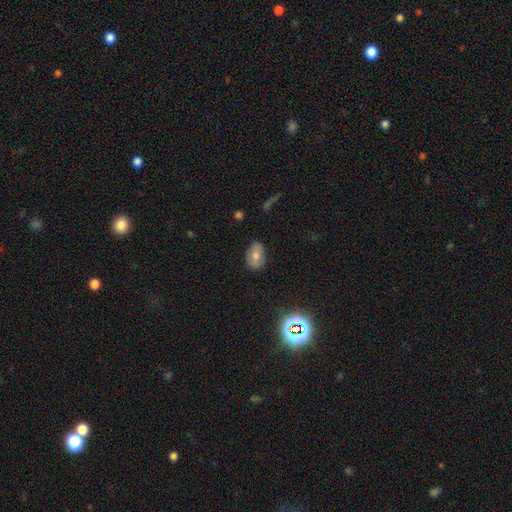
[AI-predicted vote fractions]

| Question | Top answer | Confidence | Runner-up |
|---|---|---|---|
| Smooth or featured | smooth | 66% | featured or disk (23%) |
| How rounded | in between | 84% | round (14%) |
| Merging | none | 79% | minor disturbance (17%) |